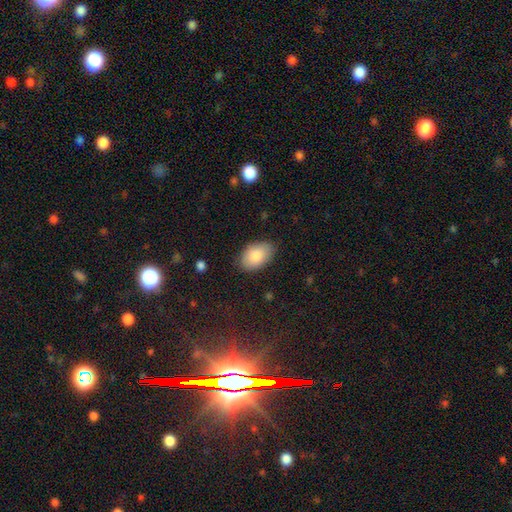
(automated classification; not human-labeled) A smooth galaxy with no disk features (84%) that is in between round and cigar-shaped (92%). Merging: none (83%).